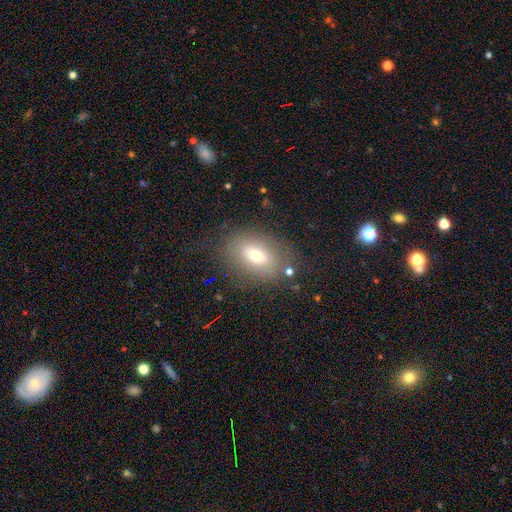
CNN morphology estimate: This is likely a smooth galaxy (63%). How rounded: likely in between (76%). Merging: likely none (73%).